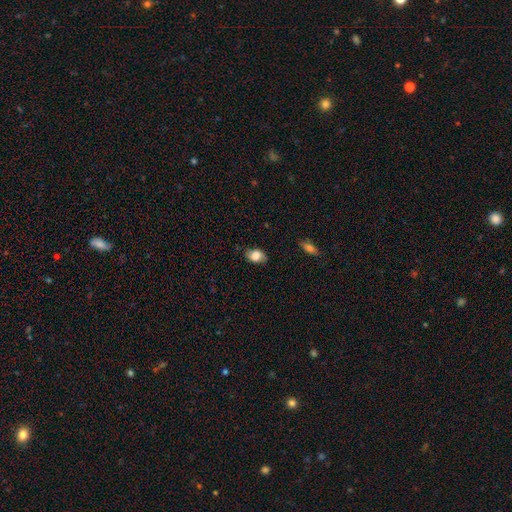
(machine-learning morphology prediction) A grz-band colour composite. It shows a smooth galaxy with no disk features (79%) that is in between round and cigar-shaped (80%). Merging: none (74%).